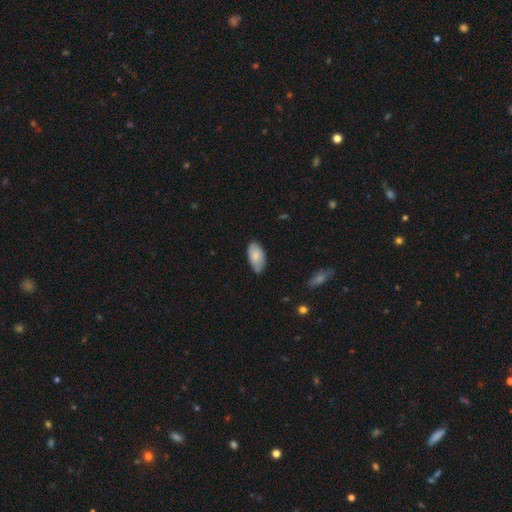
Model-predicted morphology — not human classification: Smooth or featured: smooth — 75% (featured or disk — 19%)
How rounded: in between — 94% (cigar-shaped — 3%)
Merging: none — 71% (minor disturbance — 24%)